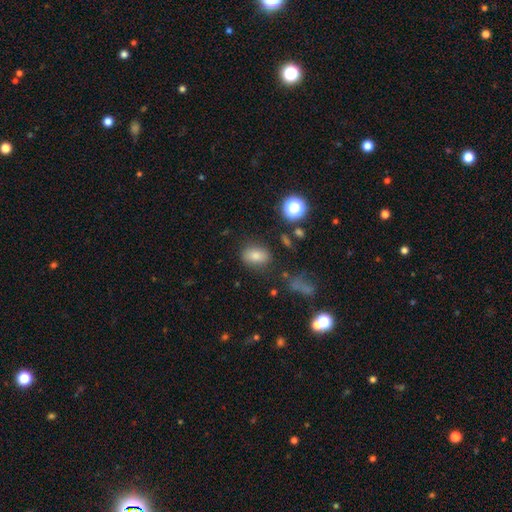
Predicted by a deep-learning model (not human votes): Smooth or featured?
  - smooth: 77% *
  - star or artifact: 13%
  - featured or disk: 10%
How rounded?
  - in between: 76% *
  - round: 22%
  - cigar-shaped: 2%
Merging?
  - none: 80% *
  - minor disturbance: 13%
  - major disturbance: 4%
  - merger: 4%